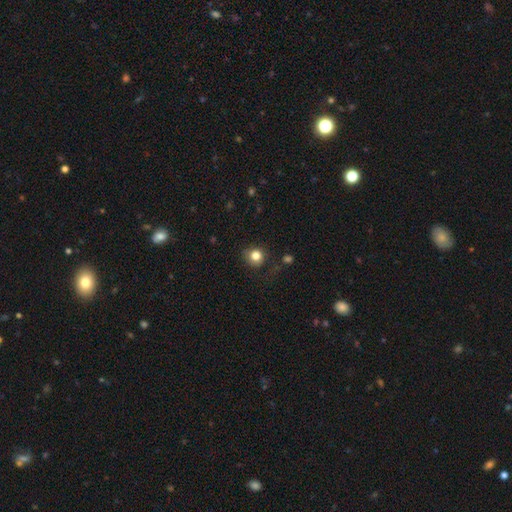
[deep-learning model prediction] Smooth or featured: smooth — 82% (star or artifact — 11%)
How rounded: round — 85% (in between — 14%)
Merging: none — 75% (minor disturbance — 16%)